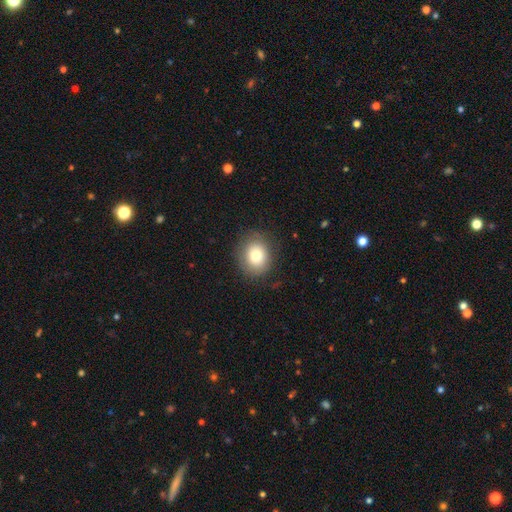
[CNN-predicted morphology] Smooth or featured? Predicted: smooth (p=0.79). How rounded? Predicted: round (p=0.67). Merging? Predicted: none (p=0.84).